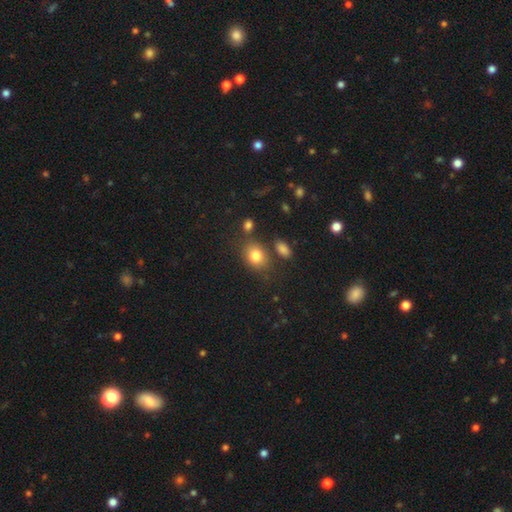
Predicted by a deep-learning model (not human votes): This appears to be a smooth galaxy with no disk features (82%) that is in between round and cigar-shaped (53%). Merging: none (71%).